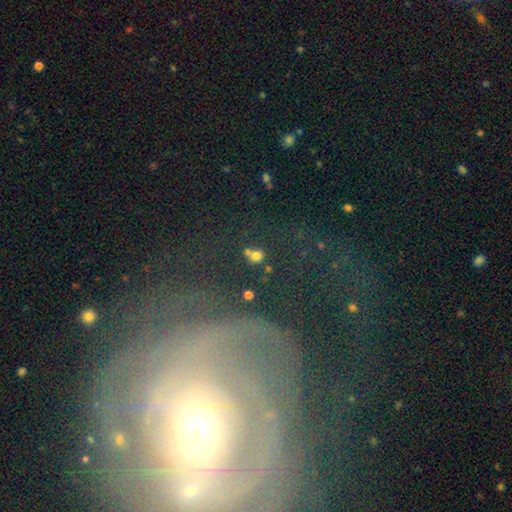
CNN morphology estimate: Overall: smooth (70%). How rounded: round (74%). Merging: none (52%; merger 31%).